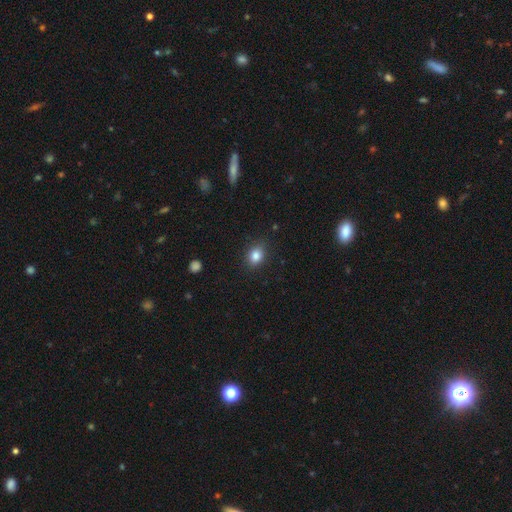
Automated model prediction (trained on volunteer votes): Q: Smooth or featured?
A: smooth (84%); runner-up: star or artifact (10%)
Q: How rounded?
A: in between (56%); runner-up: round (43%)
Q: Merging?
A: none (86%); runner-up: minor disturbance (10%)